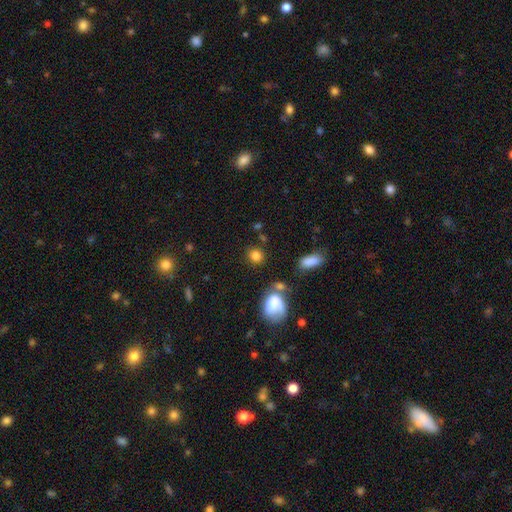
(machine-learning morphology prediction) A smooth galaxy with no disk features (81%) that is round (80%).

Vote fractions:
- Smooth or featured? smooth: 81% / star or artifact: 11% / featured or disk: 8%
- How rounded? round: 80% / in between: 18% / cigar-shaped: 1%
- Merging? none: 75% / minor disturbance: 11% / merger: 9% / major disturbance: 5%